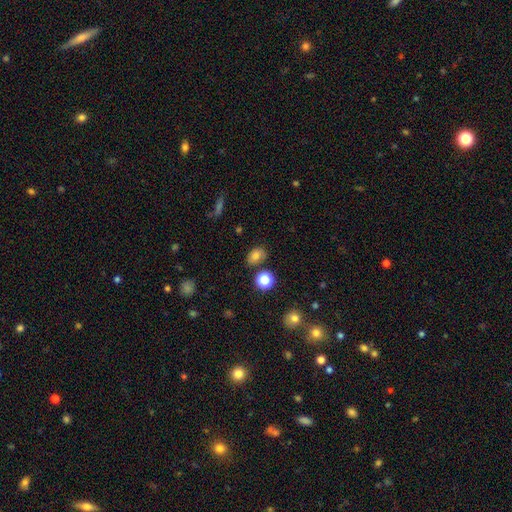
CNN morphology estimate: Q: Smooth or featured?
A: smooth (76%); runner-up: star or artifact (15%)
Q: How rounded?
A: in between (69%); runner-up: round (29%)
Q: Merging?
A: none (77%); runner-up: minor disturbance (14%)